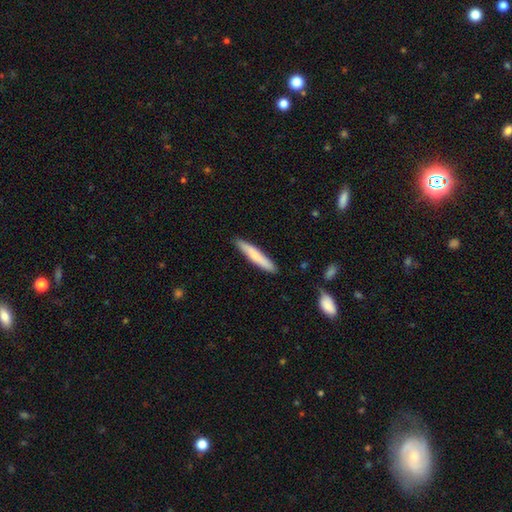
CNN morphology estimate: This appears to be a smooth galaxy with no disk features (71%) that is cigar-shaped (92%). Merging: none (88%).